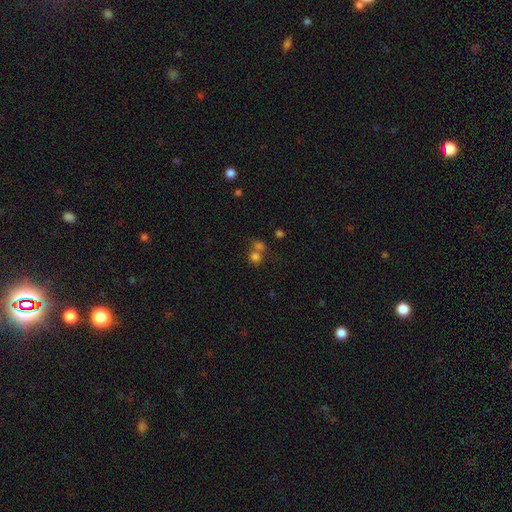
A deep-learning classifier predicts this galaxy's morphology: A smooth galaxy with no disk features (67%) that is round (80%). Merging: merger (44%).